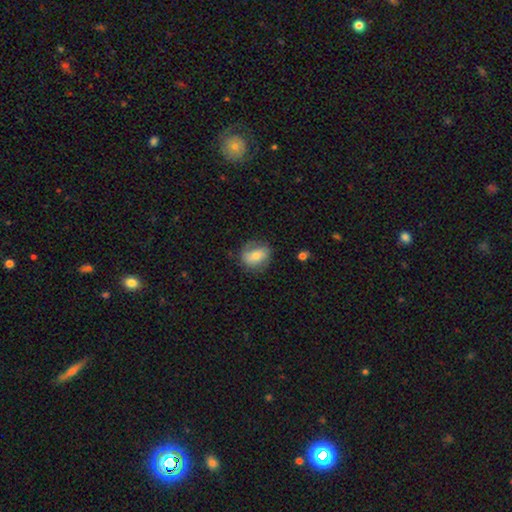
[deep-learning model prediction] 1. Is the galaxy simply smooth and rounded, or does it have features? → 64% smooth, 27% featured or disk, 8% star or artifact.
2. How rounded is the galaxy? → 52% in between, 46% round, 2% cigar-shaped.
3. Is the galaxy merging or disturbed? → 74% none, 19% minor disturbance, 6% major disturbance, 1% merger.